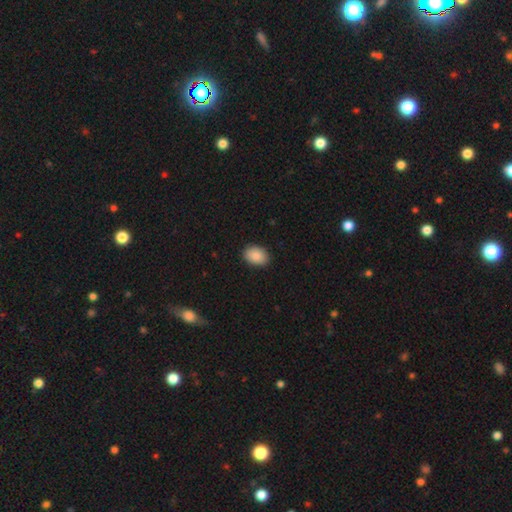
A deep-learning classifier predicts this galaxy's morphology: A smooth galaxy with no disk features (89%) that is in between round and cigar-shaped (81%). Merging: none (88%).